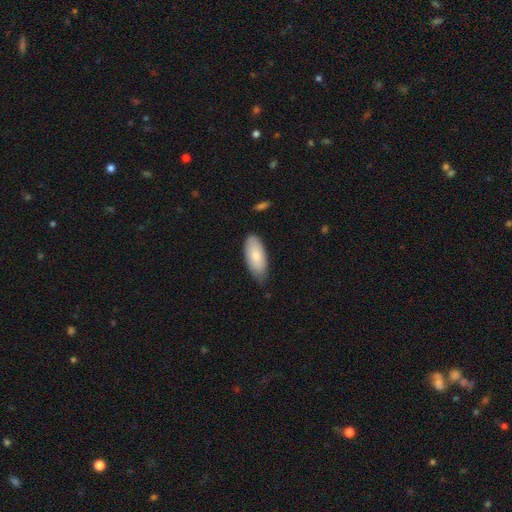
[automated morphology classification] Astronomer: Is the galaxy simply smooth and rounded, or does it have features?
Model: smooth — 80%.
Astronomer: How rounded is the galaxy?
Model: in between — 90%.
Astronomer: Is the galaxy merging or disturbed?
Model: none — 66%.